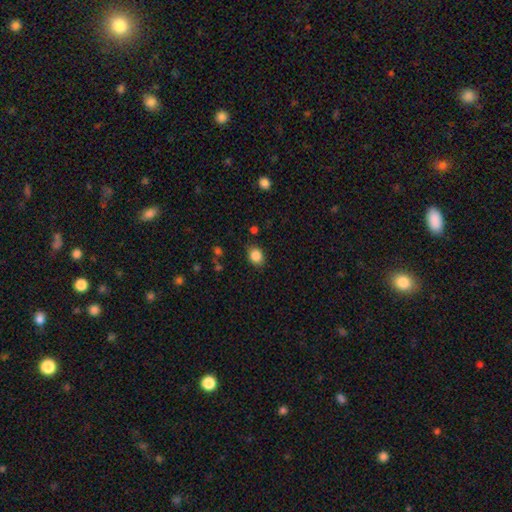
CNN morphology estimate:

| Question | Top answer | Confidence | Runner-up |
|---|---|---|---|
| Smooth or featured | smooth | 86% | star or artifact (10%) |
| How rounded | round | 50% | tied: in between (50%) |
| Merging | none | 83% | minor disturbance (12%) |